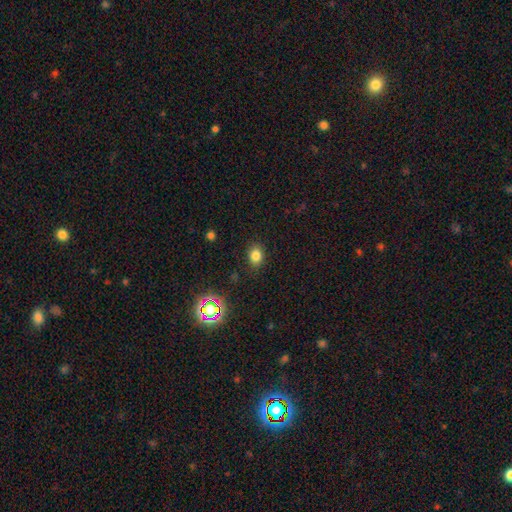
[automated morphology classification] This is likely a smooth galaxy (79%). How rounded: possibly in between (58%). Merging: clearly none (86%).